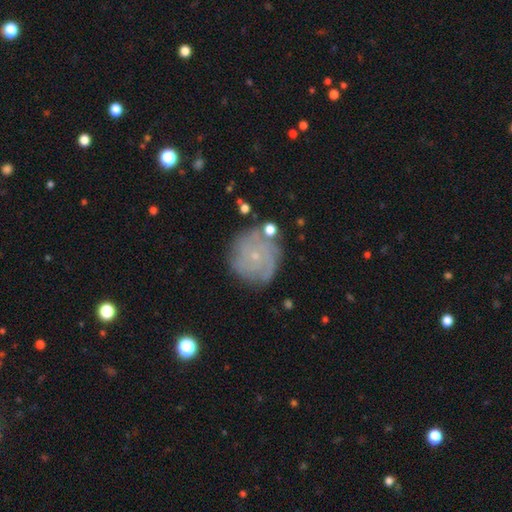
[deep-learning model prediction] A featured or disk galaxy (64%) with no bar (84%), tight (67%) spiral arms (85%) and a small central bulge (86%). Merging: none (73%).